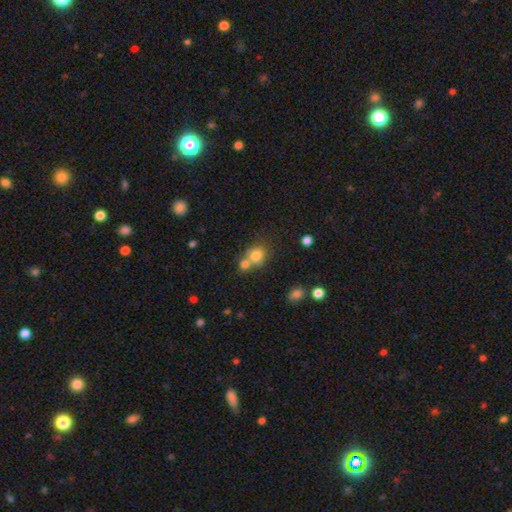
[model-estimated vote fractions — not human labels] Smooth or featured: smooth — 76% (star or artifact — 12%)
How rounded: round — 72% (in between — 27%)
Merging: merger — 46% (none — 41%)